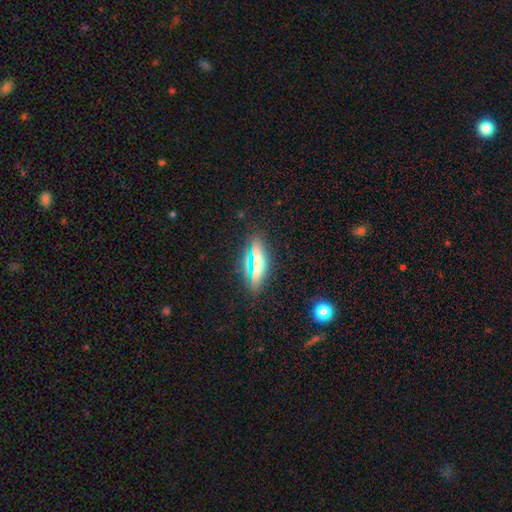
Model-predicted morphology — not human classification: smooth_or_featured: smooth (p=0.61) [alt: featured or disk p=0.24]
how_rounded: in between (p=0.65) [alt: cigar-shaped p=0.28]
merging: none (p=0.84) [alt: minor disturbance p=0.11]